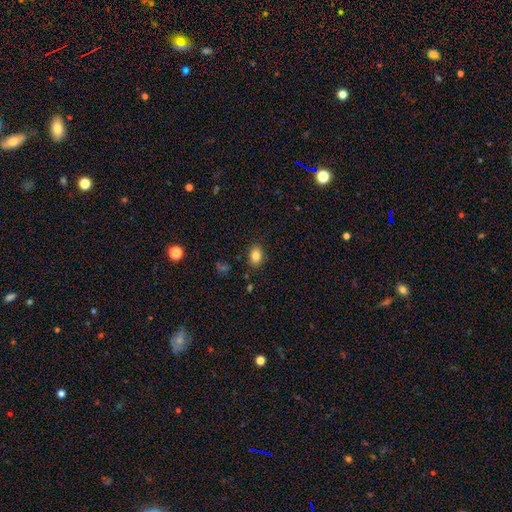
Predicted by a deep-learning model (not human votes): Smooth or featured? Predicted: smooth (p=0.83). How rounded? Predicted: in between (p=0.66). Merging? Predicted: none (p=0.86).